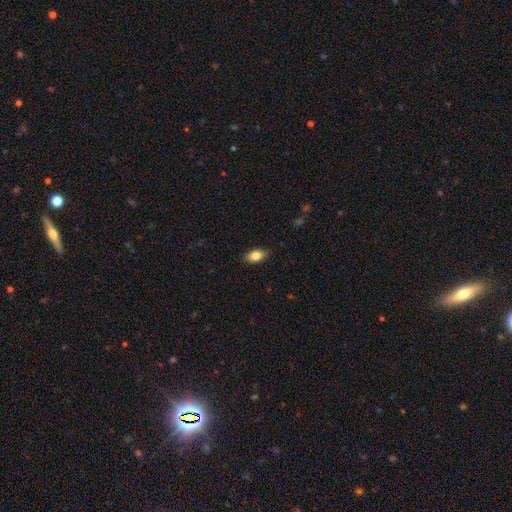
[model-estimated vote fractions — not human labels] smooth-or-featured: smooth: 82% | featured or disk: 10% | star or artifact: 8%
  how-rounded: in between: 89% | round: 6% | cigar-shaped: 5%
  merging: none: 87% | minor disturbance: 10% | major disturbance: 2% | merger: 1%